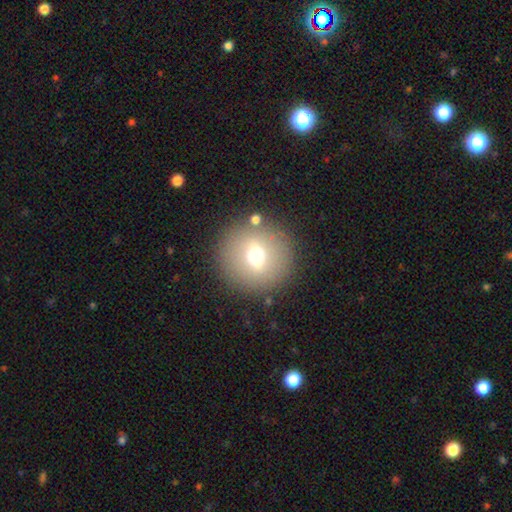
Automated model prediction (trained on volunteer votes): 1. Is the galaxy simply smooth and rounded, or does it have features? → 62% smooth, 25% featured or disk, 14% star or artifact.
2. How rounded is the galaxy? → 94% round, 5% in between, 1% cigar-shaped.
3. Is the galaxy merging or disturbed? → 86% none, 7% minor disturbance, 4% major disturbance, 3% merger.